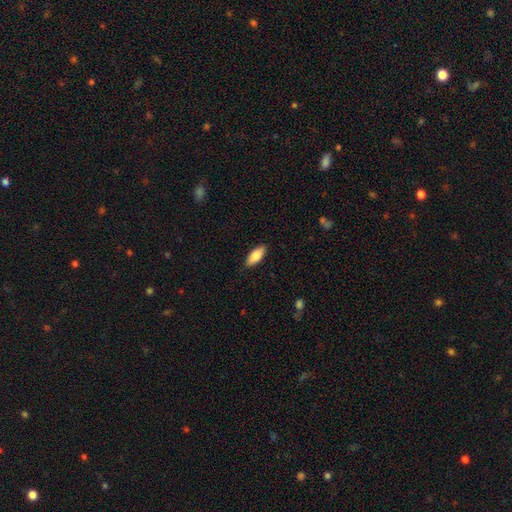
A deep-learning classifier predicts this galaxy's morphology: smooth_or_featured: smooth (p=0.79) [alt: featured or disk p=0.14]
how_rounded: in between (p=0.81) [alt: cigar-shaped p=0.17]
merging: none (p=0.88) [alt: minor disturbance p=0.09]